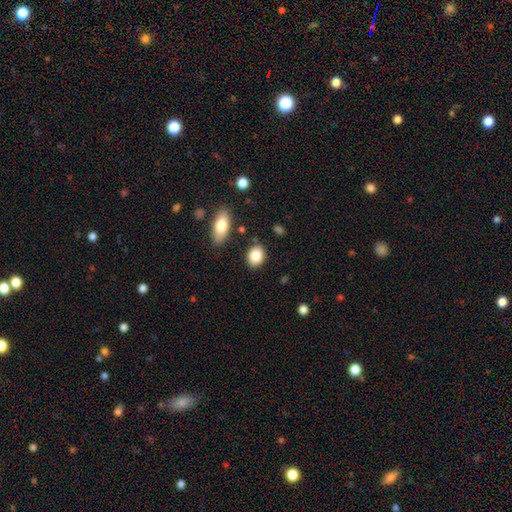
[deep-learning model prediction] A smooth galaxy with no disk features (85%) that is in between round and cigar-shaped (58%).

Vote fractions:
- Smooth or featured? smooth: 85% / star or artifact: 8% / featured or disk: 7%
- How rounded? in between: 58% / round: 41% / cigar-shaped: 2%
- Merging? none: 84% / minor disturbance: 10% / merger: 3% / major disturbance: 3%